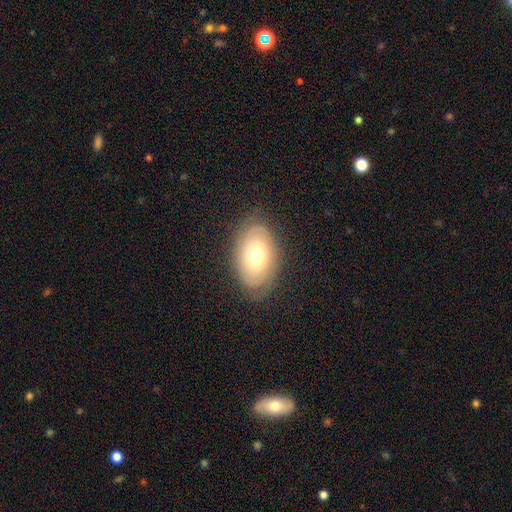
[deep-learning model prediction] smooth_or_featured: featured or disk (p=0.50) [alt: smooth p=0.42]
merging: none (p=0.81) [alt: minor disturbance p=0.14]